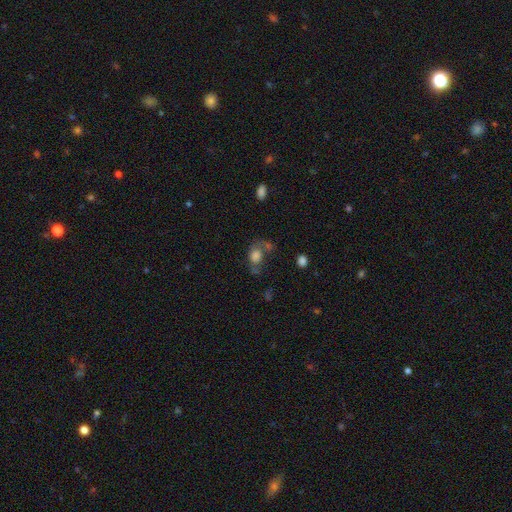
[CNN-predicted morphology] The model was most divided on "how rounded": in between: 55%, round: 43%, cigar-shaped: 2%. Remaining: smooth or featured — smooth (72%); merging — none (35%).